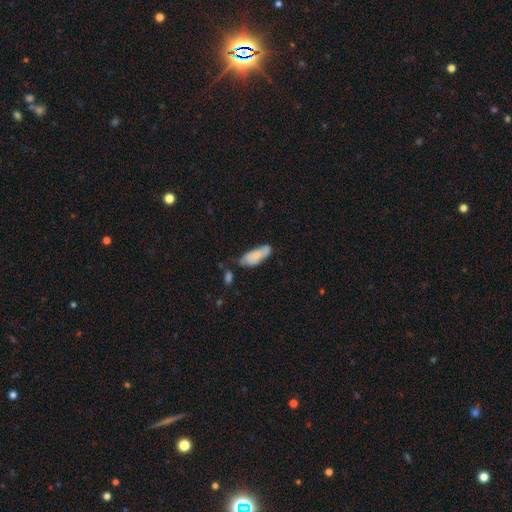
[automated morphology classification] smooth-or-featured: smooth: 73% | featured or disk: 21% | star or artifact: 6%
  how-rounded: in between: 74% | cigar-shaped: 24% | round: 2%
  merging: none: 50% | minor disturbance: 32% | merger: 10% | major disturbance: 8%